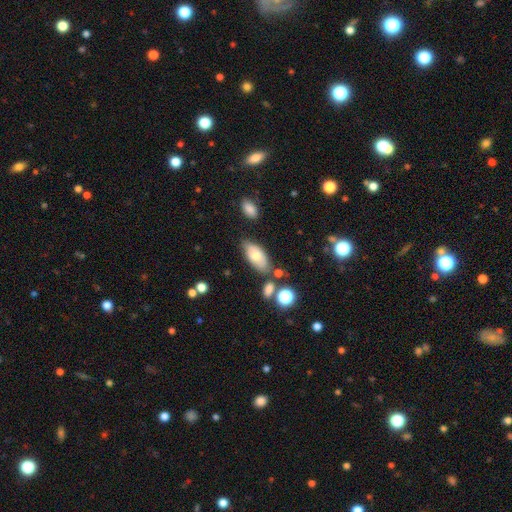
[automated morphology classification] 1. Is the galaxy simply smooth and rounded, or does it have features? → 68% smooth, 24% featured or disk, 8% star or artifact.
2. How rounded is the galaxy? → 91% in between, 6% cigar-shaped, 3% round.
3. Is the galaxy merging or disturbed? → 70% none, 17% minor disturbance, 8% merger, 5% major disturbance.